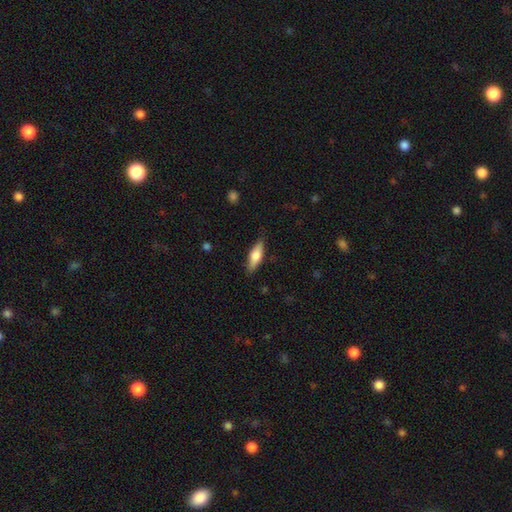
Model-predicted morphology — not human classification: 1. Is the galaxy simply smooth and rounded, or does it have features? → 61% smooth, 33% featured or disk, 6% star or artifact.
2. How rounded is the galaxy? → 51% in between, 47% cigar-shaped, 3% round.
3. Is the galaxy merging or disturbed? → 85% none, 11% minor disturbance, 2% major disturbance, 1% merger.